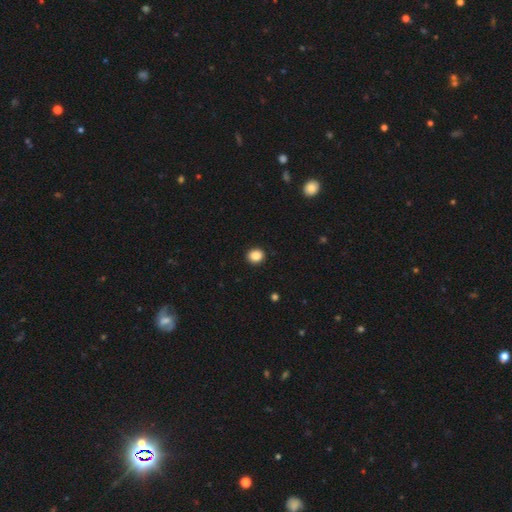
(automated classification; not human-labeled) This appears to be a smooth galaxy with no disk features (87%) that is round (73%). Merging: none (92%).